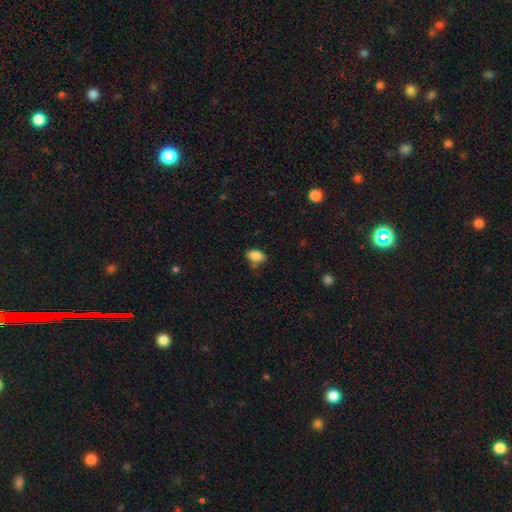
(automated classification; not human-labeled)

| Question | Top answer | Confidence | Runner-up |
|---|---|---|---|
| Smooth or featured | smooth | 86% | star or artifact (9%) |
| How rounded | in between | 89% | round (9%) |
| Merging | none | 67% | minor disturbance (22%) |